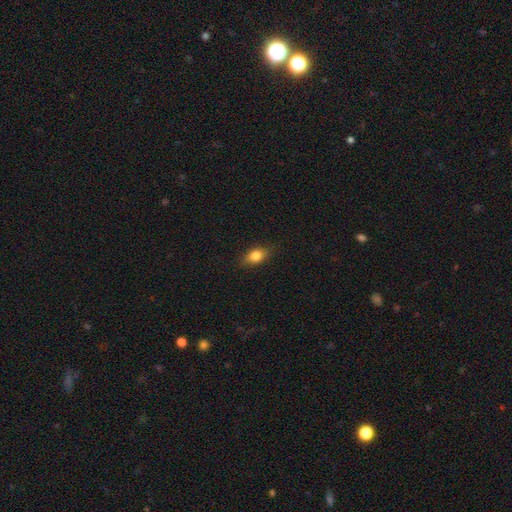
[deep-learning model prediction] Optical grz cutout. It shows a smooth galaxy with no disk features (82%) that is in between round and cigar-shaped (79%). Merging: none (84%).